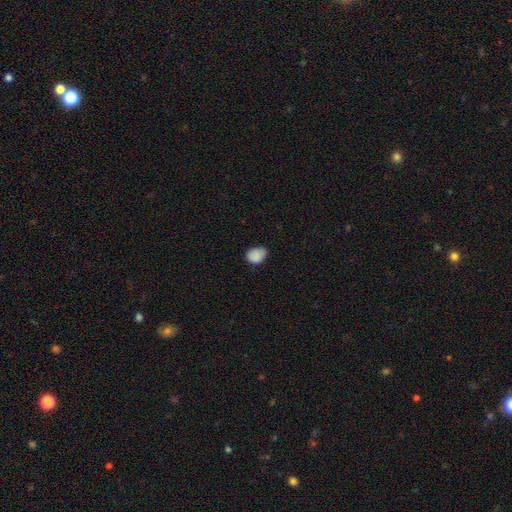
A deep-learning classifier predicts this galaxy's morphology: smooth 87%, star or artifact 8%, featured or disk 5%. Down the decision tree: how rounded — in between (64%); merging — none (70%).